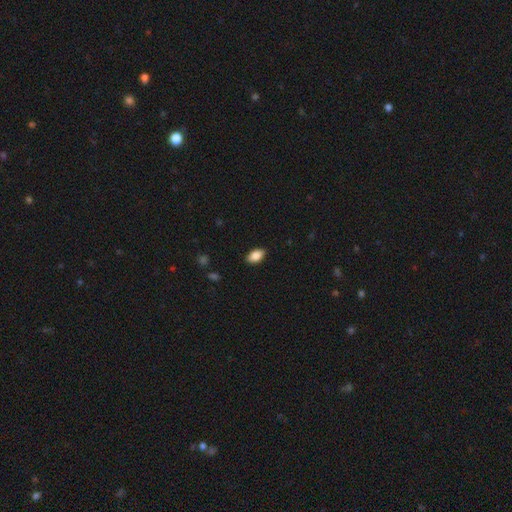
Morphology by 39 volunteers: Smooth or featured: smooth — 92% (star or artifact — 5%)
How rounded: in between — 89% (round — 6%)
Merging: none — 86% (minor disturbance — 8%)